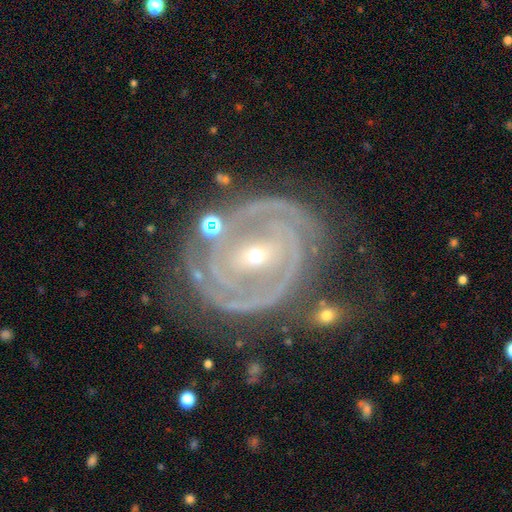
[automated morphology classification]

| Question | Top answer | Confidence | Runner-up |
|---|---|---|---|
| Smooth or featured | featured or disk | 90% | star or artifact (5%) |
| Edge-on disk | no | 97% | yes (3%) |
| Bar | weak | 34% | no (33%) |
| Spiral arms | yes | 96% | no (4%) |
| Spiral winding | tight | 79% | medium (17%) |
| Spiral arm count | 2 | 47% | can't tell (18%) |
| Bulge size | small | 75% | moderate (22%) |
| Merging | none | 67% | minor disturbance (19%) |